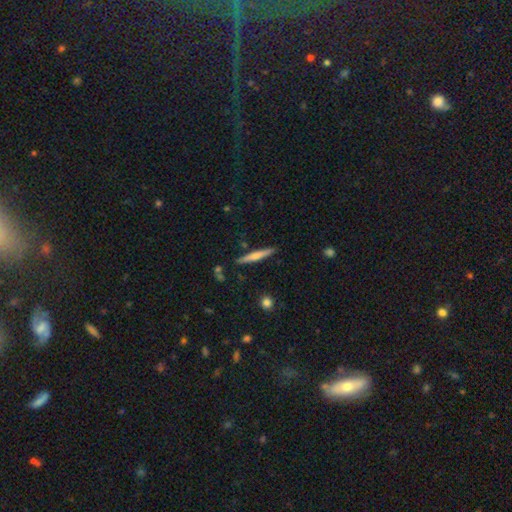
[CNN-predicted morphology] Smooth or featured?
  - smooth: 53% *
  - featured or disk: 41%
  - star or artifact: 6%
How rounded?
  - cigar-shaped: 94% *
  - in between: 4%
  - round: 2%
Merging?
  - none: 88% *
  - minor disturbance: 8%
  - merger: 2%
  - major disturbance: 2%